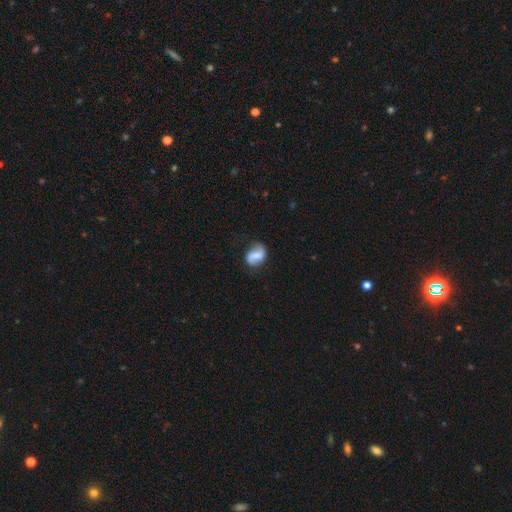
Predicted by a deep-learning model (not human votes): smooth_or_featured: featured or disk (p=0.46) [tied with: smooth p=0.46]
merging: none (p=0.67) [alt: minor disturbance p=0.23]